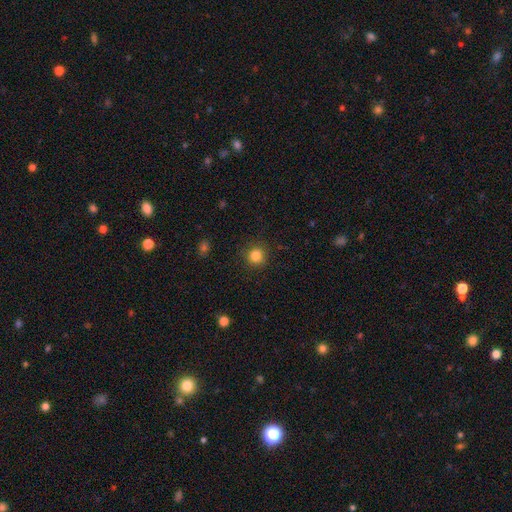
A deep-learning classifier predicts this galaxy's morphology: smooth 83%, star or artifact 12%, featured or disk 5%. Down the decision tree: how rounded — round (92%); merging — none (89%).